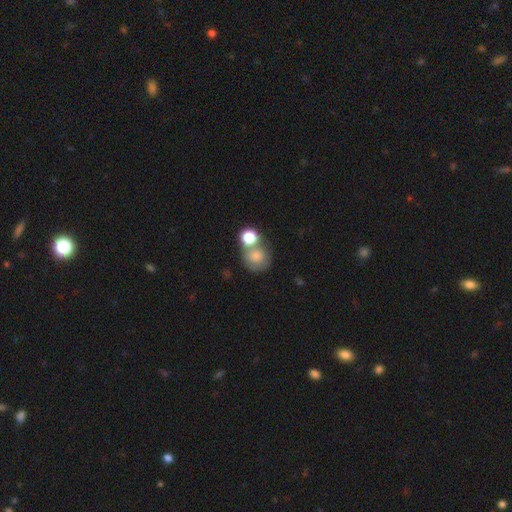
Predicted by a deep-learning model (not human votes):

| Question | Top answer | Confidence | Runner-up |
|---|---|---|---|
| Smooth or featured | smooth | 72% | featured or disk (18%) |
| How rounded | round | 79% | in between (20%) |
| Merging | merger | 45% | none (35%) |